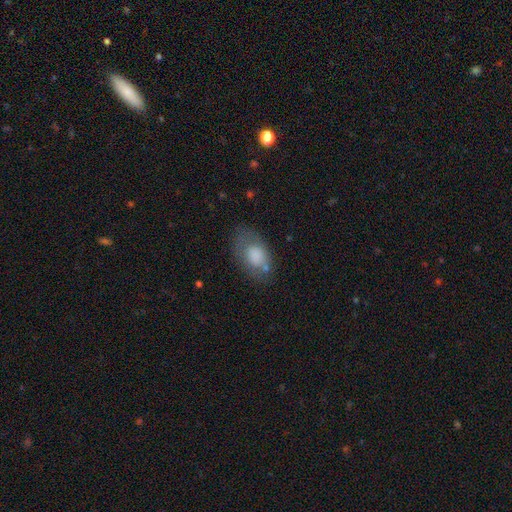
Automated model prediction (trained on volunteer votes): This is likely a smooth galaxy (73%). How rounded: clearly in between (88%). Merging: possibly none (58%).